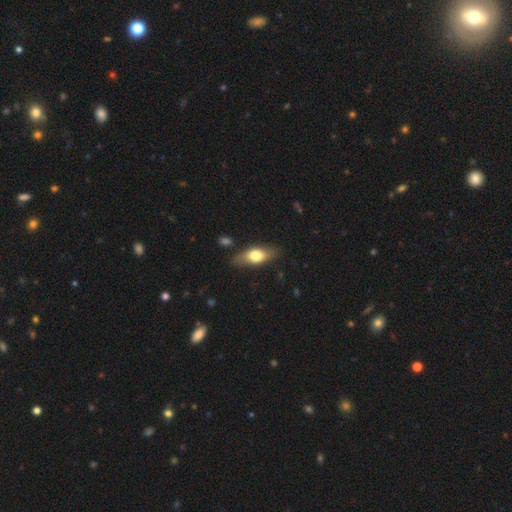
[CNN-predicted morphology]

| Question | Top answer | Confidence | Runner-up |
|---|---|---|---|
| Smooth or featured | smooth | 64% | featured or disk (29%) |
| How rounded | in between | 74% | cigar-shaped (21%) |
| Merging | none | 81% | minor disturbance (14%) |